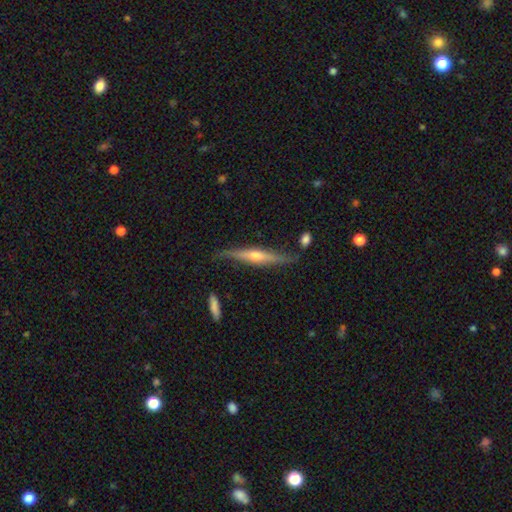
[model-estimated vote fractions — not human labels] smooth-or-featured: featured or disk: 71% | smooth: 24% | star or artifact: 6%
  disk-edge-on: yes: 94% | no: 6%
    edge-on-bulge: rounded: 82% | none: 10% | boxy: 8%
  merging: none: 73% | minor disturbance: 19% | major disturbance: 4% | merger: 4%